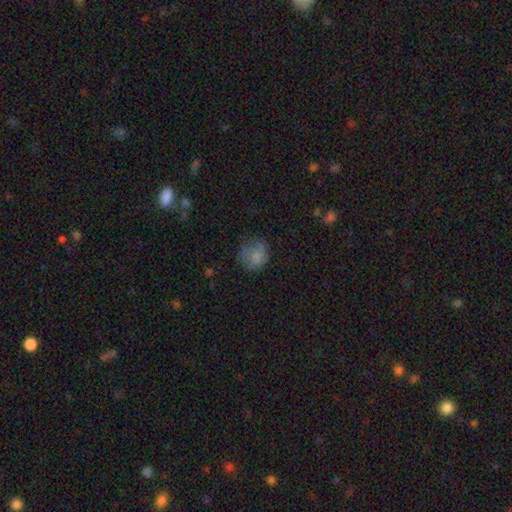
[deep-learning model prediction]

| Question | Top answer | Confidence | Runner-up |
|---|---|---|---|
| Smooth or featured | smooth | 76% | featured or disk (14%) |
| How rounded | round | 79% | in between (20%) |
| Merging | none | 58% | minor disturbance (26%) |